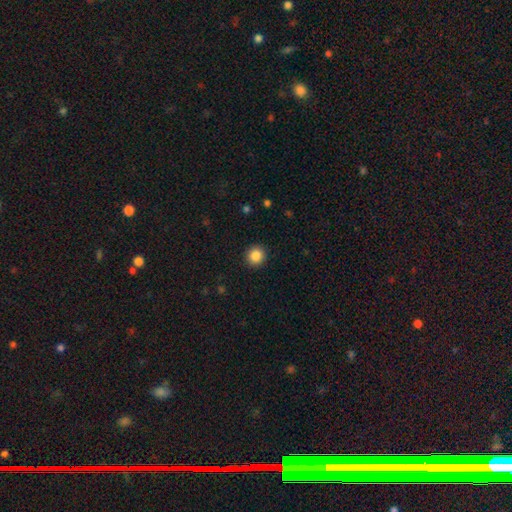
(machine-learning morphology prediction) Smooth or featured?
  - smooth: 86% *
  - star or artifact: 10%
  - featured or disk: 4%
How rounded?
  - round: 92% *
  - in between: 7%
  - cigar-shaped: 1%
Merging?
  - none: 92% *
  - minor disturbance: 5%
  - major disturbance: 2%
  - merger: 1%